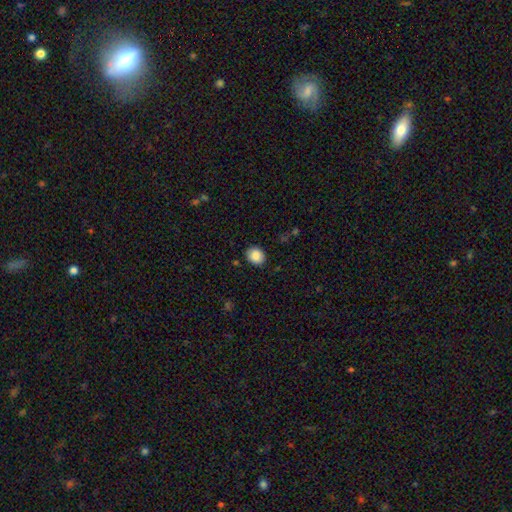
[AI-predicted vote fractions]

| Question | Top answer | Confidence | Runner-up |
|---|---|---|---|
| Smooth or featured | smooth | 88% | star or artifact (8%) |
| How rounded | round | 65% | in between (35%) |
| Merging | none | 87% | minor disturbance (9%) |